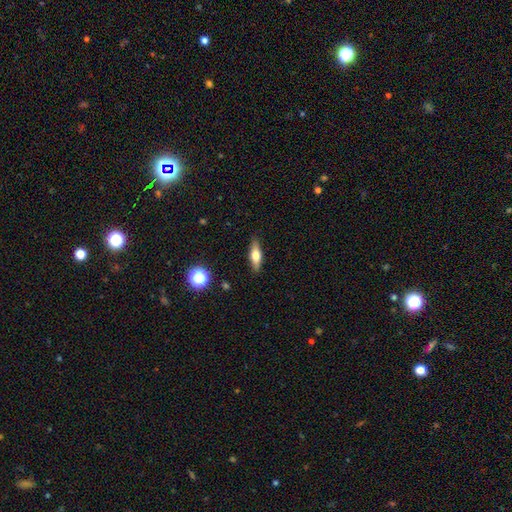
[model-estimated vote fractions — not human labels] smooth_or_featured: smooth (p=0.55) [alt: featured or disk p=0.37]
how_rounded: cigar-shaped (p=0.49) [alt: in between p=0.47]
merging: none (p=0.88) [alt: minor disturbance p=0.09]